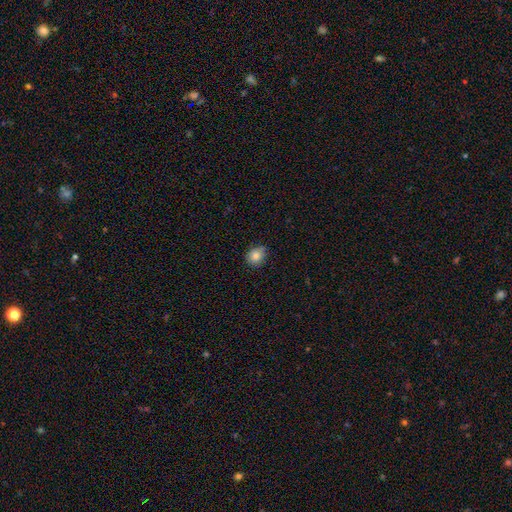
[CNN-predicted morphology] type=smooth (83%); roundness=round (75%); merging=none (75%).